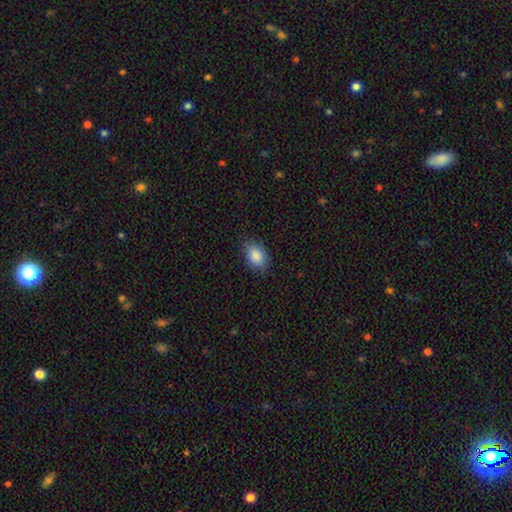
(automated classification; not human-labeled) Smooth or featured?
  - smooth: 87% *
  - star or artifact: 8%
  - featured or disk: 6%
How rounded?
  - in between: 83% *
  - round: 15%
  - cigar-shaped: 2%
Merging?
  - none: 78% *
  - minor disturbance: 17%
  - major disturbance: 4%
  - merger: 1%